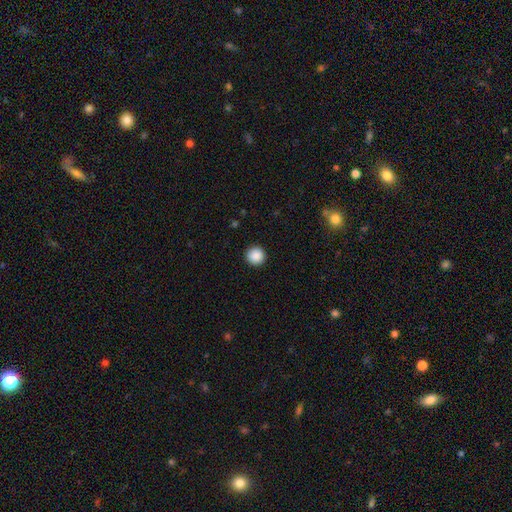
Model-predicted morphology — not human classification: type=smooth (89%); roundness=round (96%); merging=none (93%).